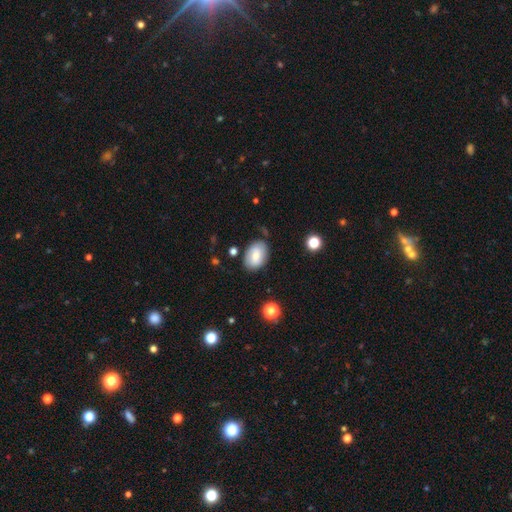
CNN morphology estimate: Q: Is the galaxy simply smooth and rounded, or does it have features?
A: smooth — 70%.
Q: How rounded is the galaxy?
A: in between — 83%.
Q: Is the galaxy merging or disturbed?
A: none — 76%.